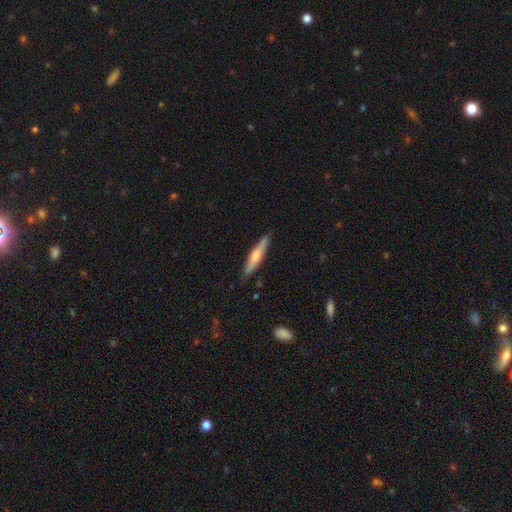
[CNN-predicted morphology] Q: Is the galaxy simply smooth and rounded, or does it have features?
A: smooth — 51%.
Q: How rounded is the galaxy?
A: cigar-shaped — 89%.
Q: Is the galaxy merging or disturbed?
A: none — 86%.